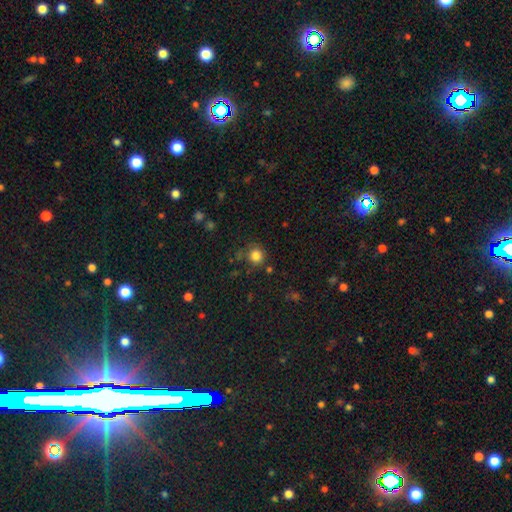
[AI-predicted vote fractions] This appears to be a smooth galaxy with no disk features (82%) that is round (89%). Merging: none (75%).